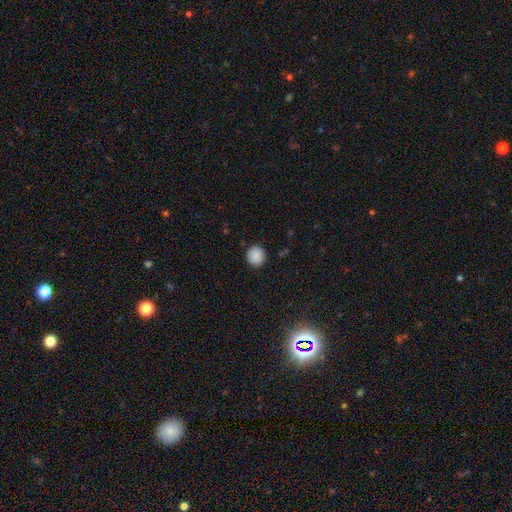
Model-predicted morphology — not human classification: The model was most divided on "smooth or featured": smooth: 89%, star or artifact: 8%, featured or disk: 3%. More confident: how rounded — round (92%); merging — none (89%).